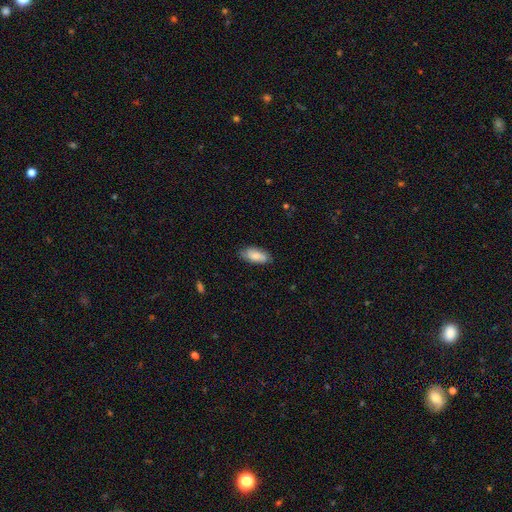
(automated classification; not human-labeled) Q: Smooth or featured?
A: smooth (77%); runner-up: featured or disk (17%)
Q: How rounded?
A: in between (88%); runner-up: cigar-shaped (9%)
Q: Merging?
A: none (81%); runner-up: minor disturbance (15%)